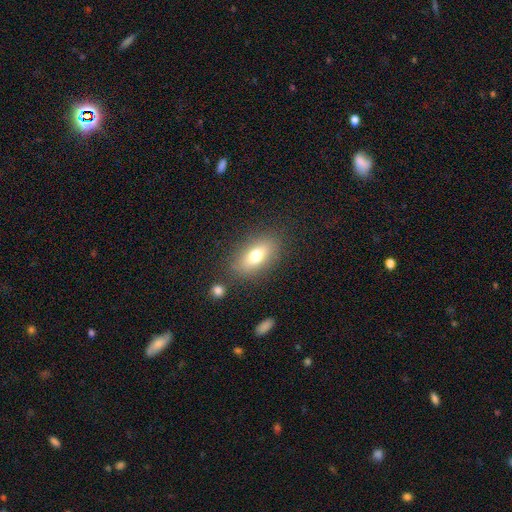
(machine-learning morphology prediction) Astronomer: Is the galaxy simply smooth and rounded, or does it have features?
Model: smooth — 71%.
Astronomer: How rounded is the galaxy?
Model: in between — 82%.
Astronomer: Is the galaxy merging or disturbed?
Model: none — 81%.